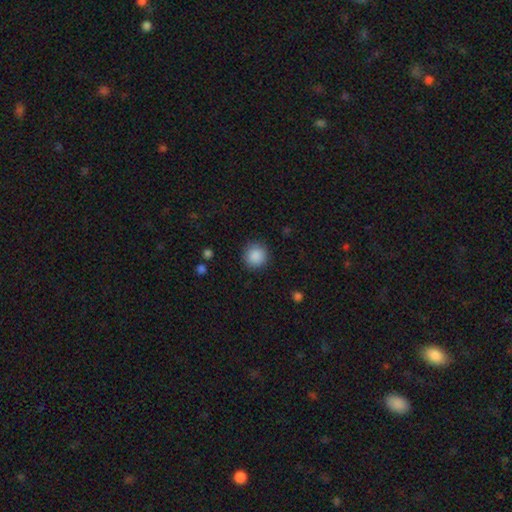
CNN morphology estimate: Smooth or featured? Predicted: smooth (p=0.89). How rounded? Predicted: round (p=0.95). Merging? Predicted: none (p=0.89).